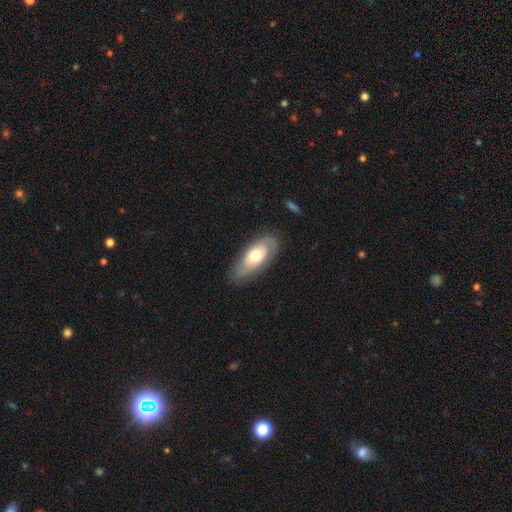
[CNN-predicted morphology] A featured or disk galaxy (60%) with no bar (83%), spiral arms (66%) and a moderate central bulge (71%). Merging: none (75%).